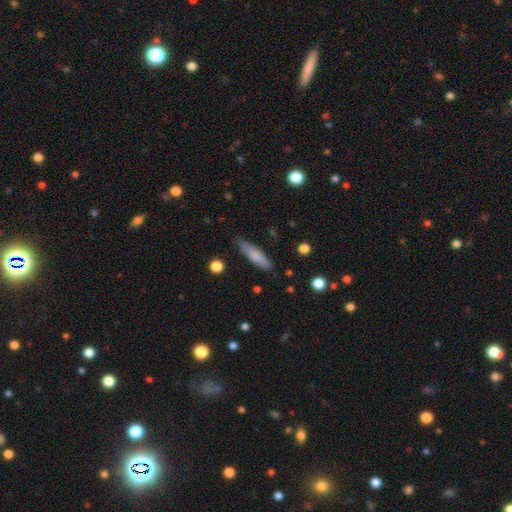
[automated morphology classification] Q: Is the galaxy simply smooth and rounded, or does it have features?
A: smooth — 77%.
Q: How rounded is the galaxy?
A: cigar-shaped — 79%.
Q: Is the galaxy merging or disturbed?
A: none — 86%.